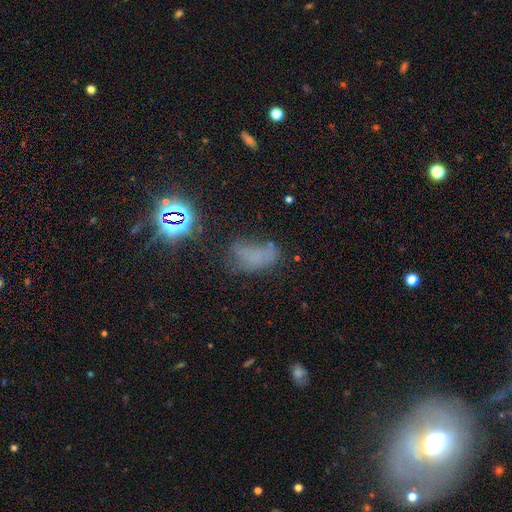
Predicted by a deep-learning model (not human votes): This appears to be a smooth galaxy with no disk features (46%). Merging: none (37%).